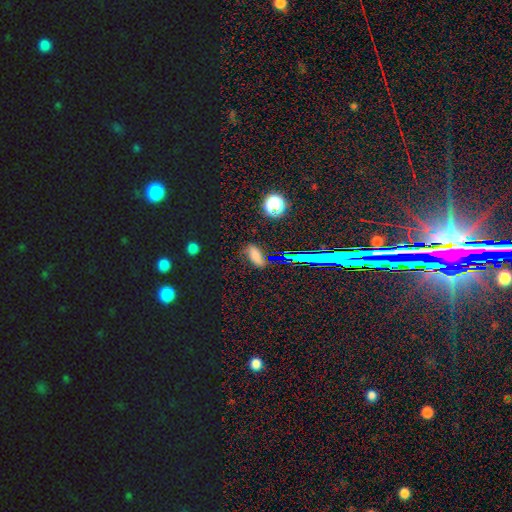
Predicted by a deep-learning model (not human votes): Q: Smooth or featured?
A: smooth (59%); runner-up: star or artifact (27%)
Q: How rounded?
A: in between (72%); runner-up: cigar-shaped (20%)
Q: Merging?
A: none (69%); runner-up: minor disturbance (20%)